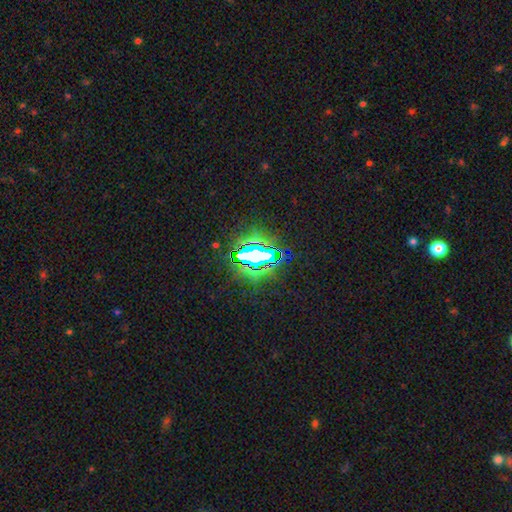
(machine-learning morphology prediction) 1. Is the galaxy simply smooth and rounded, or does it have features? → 75% star or artifact, 14% smooth, 11% featured or disk.